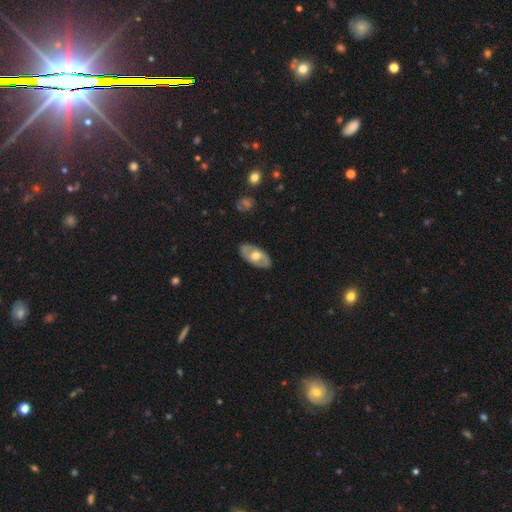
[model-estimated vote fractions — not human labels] Overall: featured or disk (54%; smooth 41%). Edge-on disk: no (85%). Merging: none (83%).